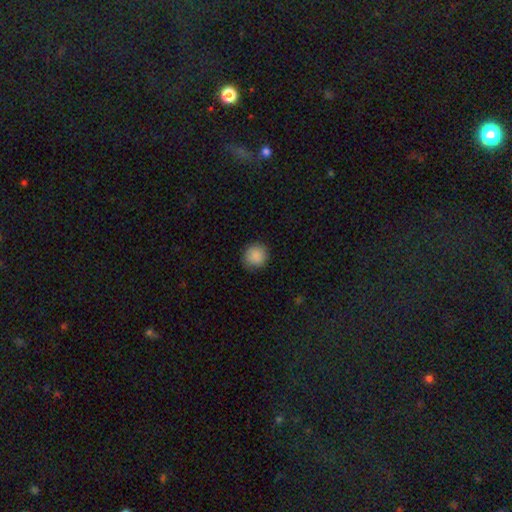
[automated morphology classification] smooth 89%, star or artifact 8%, featured or disk 3%. Down the decision tree: how rounded — round (91%); merging — none (87%).